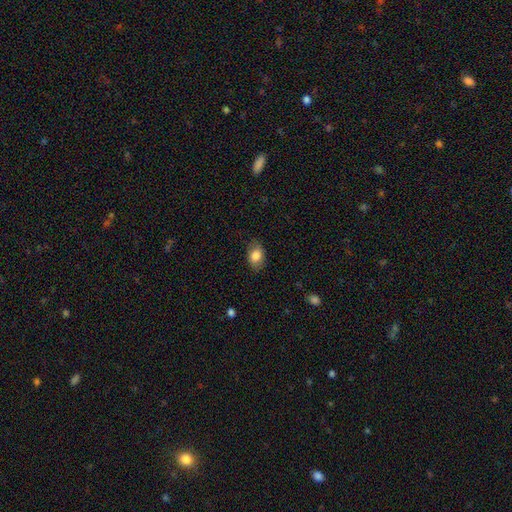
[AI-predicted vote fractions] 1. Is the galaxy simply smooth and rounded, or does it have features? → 83% smooth, 10% featured or disk, 8% star or artifact.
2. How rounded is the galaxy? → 84% in between, 14% round, 1% cigar-shaped.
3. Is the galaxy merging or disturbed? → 81% none, 15% minor disturbance, 4% major disturbance, 1% merger.